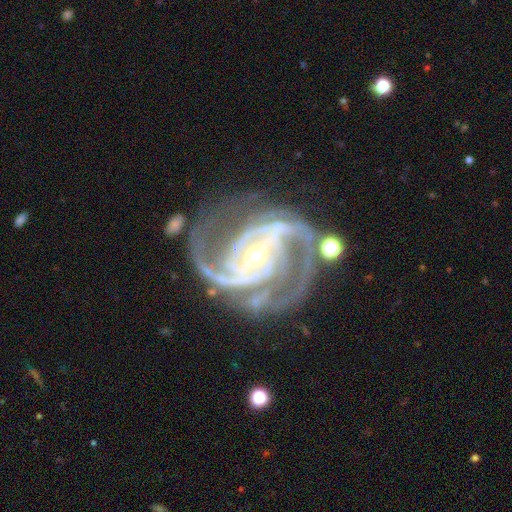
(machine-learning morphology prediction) Overall: featured or disk (93%). Edge-on disk: no (98%). Bar: strong (48%; weak 35%). Spiral arms: yes (99%). Spiral arm count: 2 (40%; 3 31%). Spiral winding: medium (48%; tight 44%). Bulge size: small (60%; moderate 36%). Merging: none (61%).